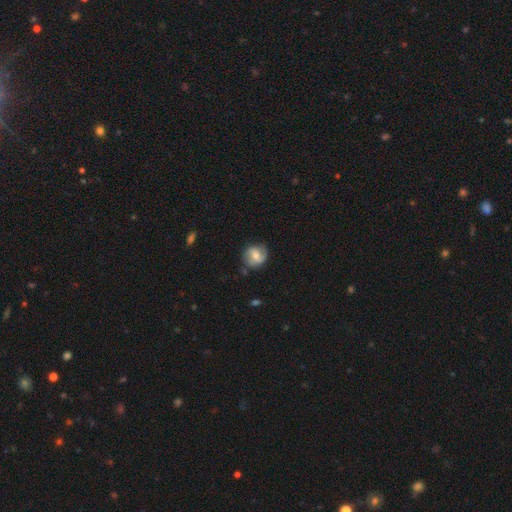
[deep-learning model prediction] smooth-or-featured: featured or disk: 54% | smooth: 39% | star or artifact: 7%
  disk-edge-on: no: 97% | yes: 3%
    bar: weak: 47% | no: 36% | strong: 17%
    has-spiral-arms: yes: 84% | no: 16%
    bulge-size: moderate: 58% | small: 34% | large: 4% | none: 3% | dominant: 1%
  merging: none: 74% | minor disturbance: 18% | major disturbance: 5% | merger: 2%